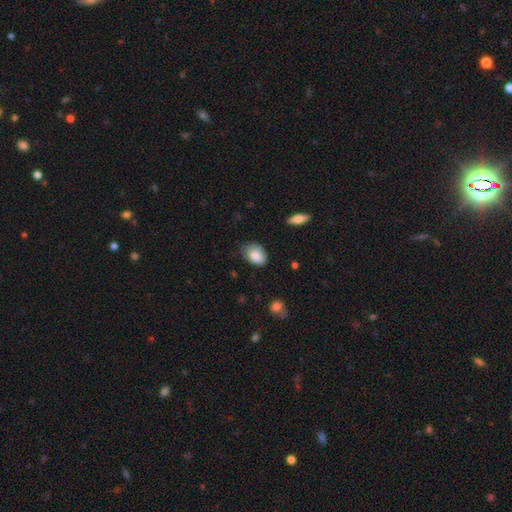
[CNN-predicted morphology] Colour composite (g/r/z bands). It shows a smooth galaxy with no disk features (82%) that is in between round and cigar-shaped (84%). Merging: none (63%).